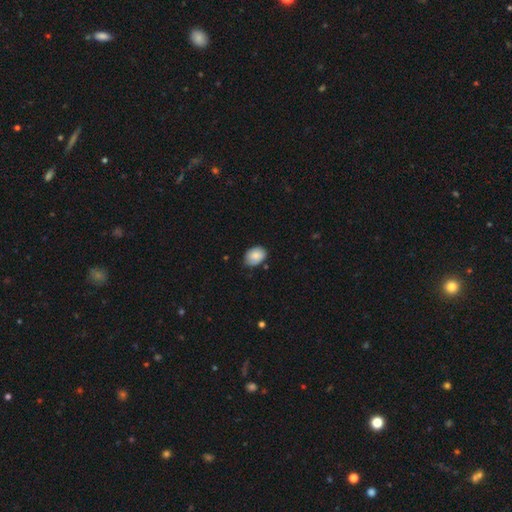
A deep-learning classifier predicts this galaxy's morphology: A smooth galaxy with no disk features (82%) that is in between round and cigar-shaped (76%). Merging: none (65%).